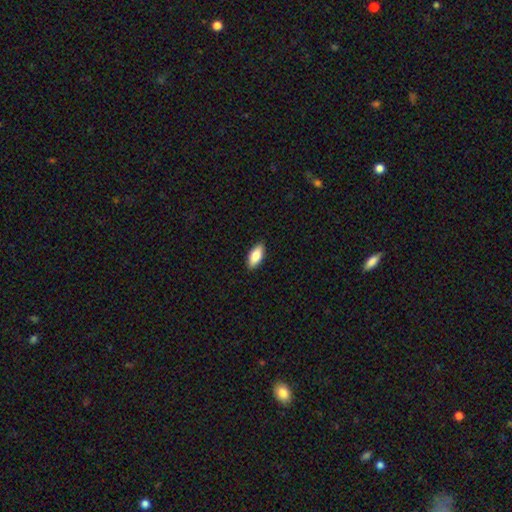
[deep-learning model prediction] The model was most divided on "smooth or featured": smooth: 82%, featured or disk: 12%, star or artifact: 6%. More confident: merging — none (89%); how rounded — in between (86%).